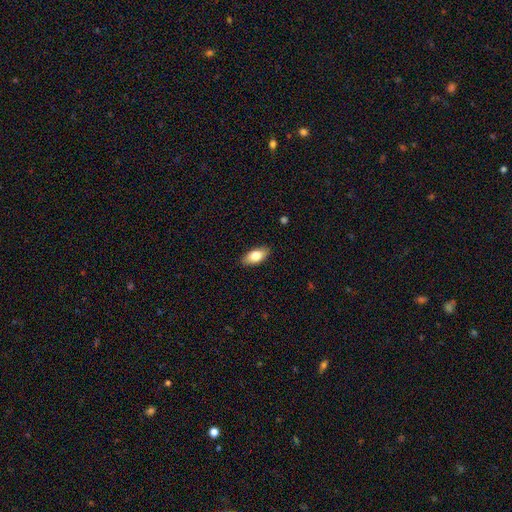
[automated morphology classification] Smooth or featured? Predicted: smooth (p=0.78). How rounded? Predicted: in between (p=0.88). Merging? Predicted: none (p=0.88).